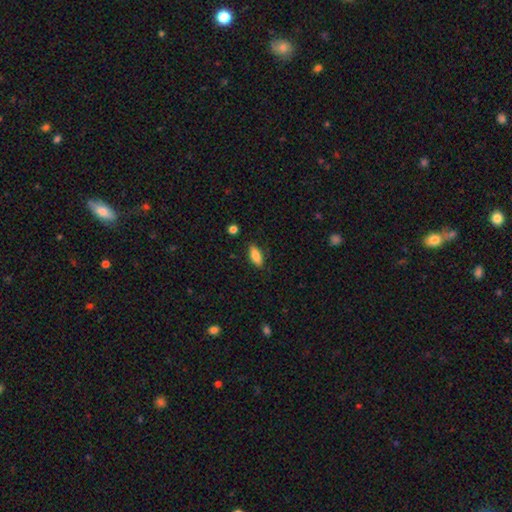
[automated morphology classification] smooth 85%, featured or disk 8%, star or artifact 7%. Down the decision tree: how rounded — in between (83%); merging — none (84%).